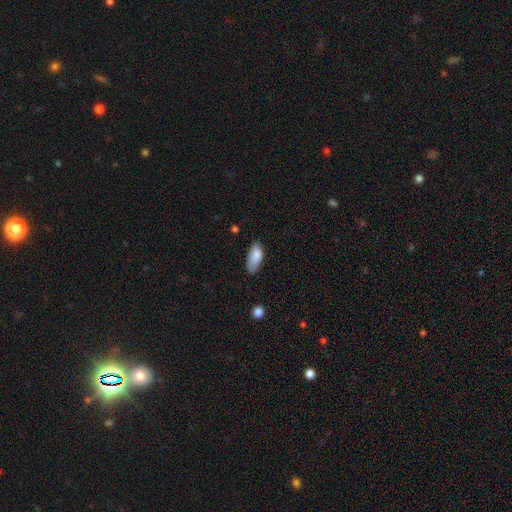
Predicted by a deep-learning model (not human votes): This appears to be a smooth galaxy with no disk features (85%) that is in between round and cigar-shaped (86%). Merging: none (63%).